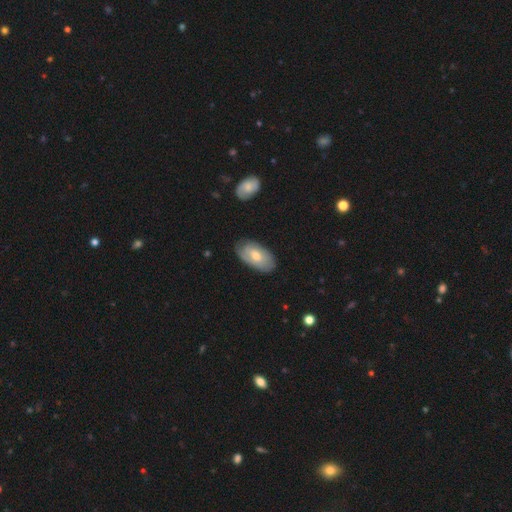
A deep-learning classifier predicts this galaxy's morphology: Smooth or featured: smooth — 48% (featured or disk — 46%)
Merging: none — 75% (minor disturbance — 20%)